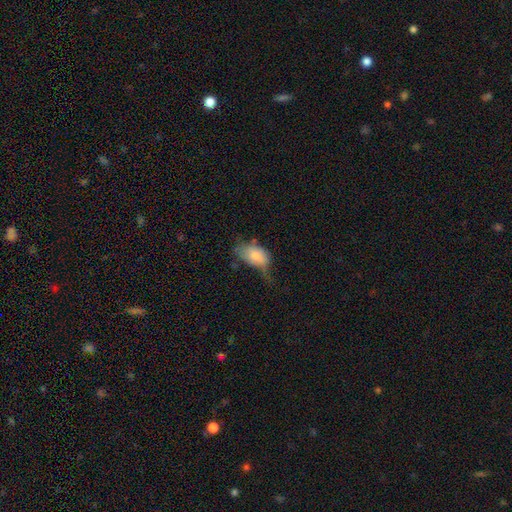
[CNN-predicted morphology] Smooth or featured?
  - smooth: 76% *
  - featured or disk: 16%
  - star or artifact: 8%
How rounded?
  - in between: 90% *
  - round: 8%
  - cigar-shaped: 2%
Merging?
  - minor disturbance: 39% *
  - major disturbance: 31%
  - none: 25%
  - merger: 5%